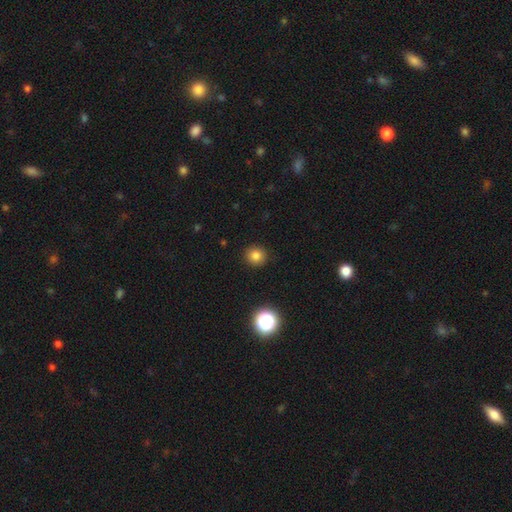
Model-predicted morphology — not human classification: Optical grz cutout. It shows a smooth galaxy with no disk features (80%) that is round (92%). Merging: none (92%).